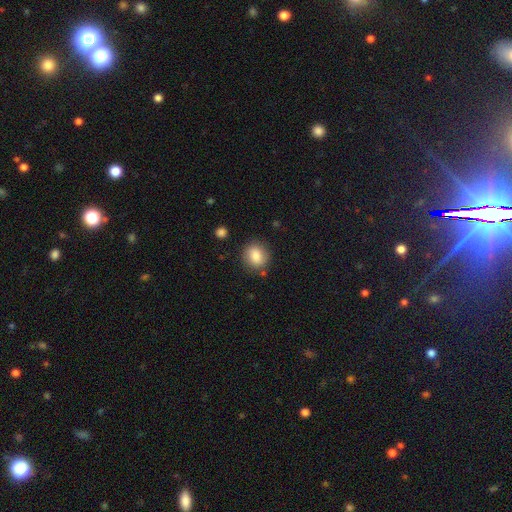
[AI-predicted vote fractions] A smooth galaxy with no disk features (83%) that is round (80%).

Vote fractions:
- Smooth or featured? smooth: 83% / star or artifact: 9% / featured or disk: 8%
- How rounded? round: 80% / in between: 19% / cigar-shaped: 1%
- Merging? none: 84% / minor disturbance: 10% / merger: 3% / major disturbance: 3%